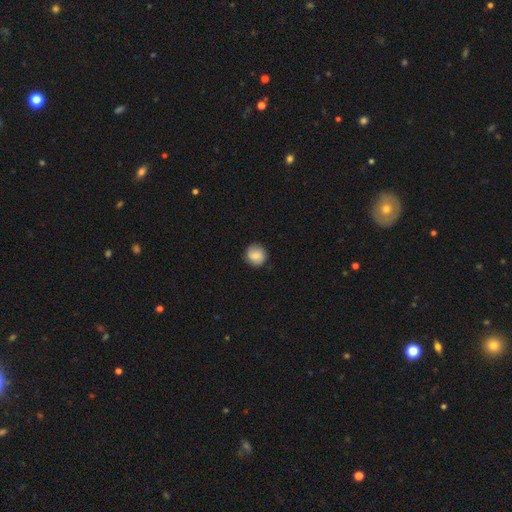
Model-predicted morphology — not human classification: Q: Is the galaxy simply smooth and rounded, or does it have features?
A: smooth — 75%.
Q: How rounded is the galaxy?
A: round — 91%.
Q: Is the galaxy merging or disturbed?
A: none — 88%.